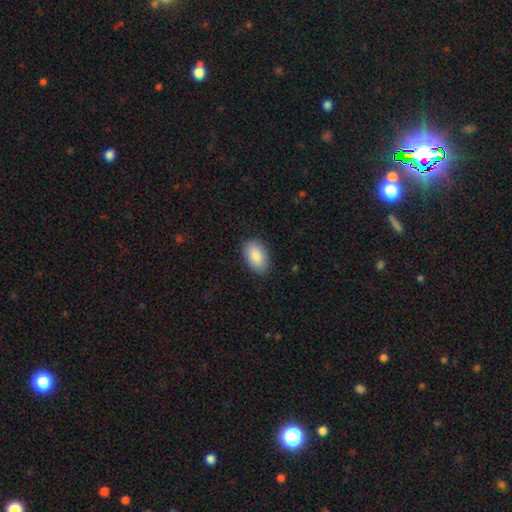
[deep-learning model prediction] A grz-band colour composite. It shows a smooth galaxy with no disk features (89%) that is in between round and cigar-shaped (94%). Merging: none (86%).